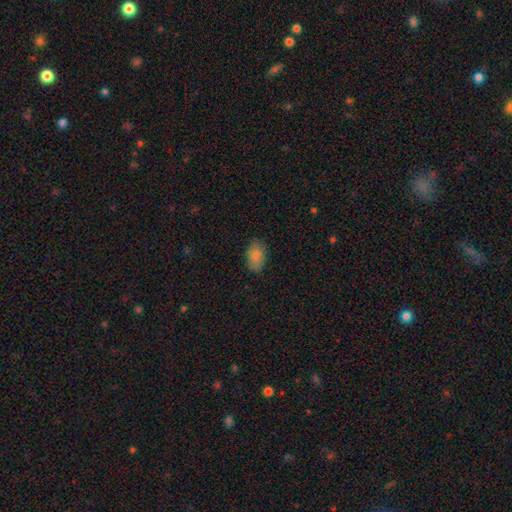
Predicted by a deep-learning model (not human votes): This appears to be a smooth galaxy with no disk features (87%) that is in between round and cigar-shaped (92%). Merging: none (84%).